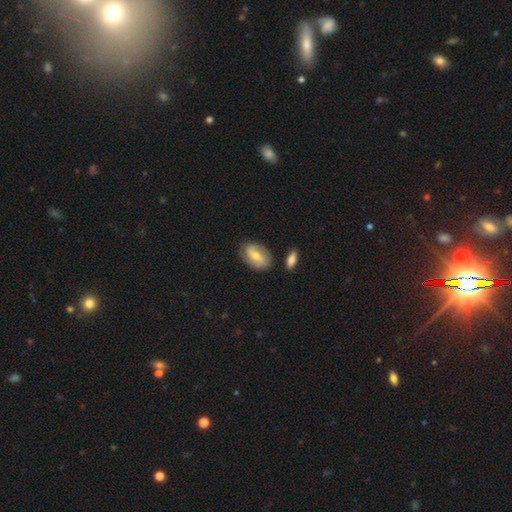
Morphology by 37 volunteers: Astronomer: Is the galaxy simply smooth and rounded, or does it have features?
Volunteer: smooth — 62%.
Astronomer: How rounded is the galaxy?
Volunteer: in between — 78%.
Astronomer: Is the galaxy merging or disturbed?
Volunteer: none — 83%.